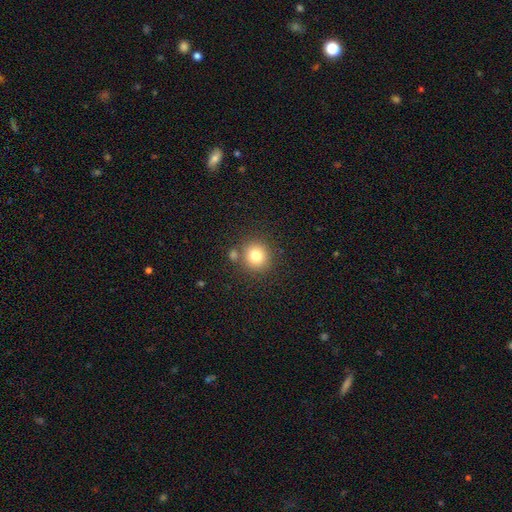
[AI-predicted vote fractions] A smooth galaxy with no disk features (79%) that is round (90%). Merging: none (78%).